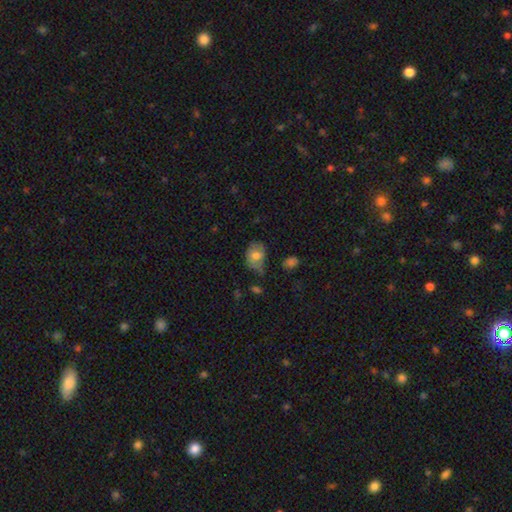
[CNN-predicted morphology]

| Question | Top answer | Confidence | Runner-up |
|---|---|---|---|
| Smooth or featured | smooth | 68% | featured or disk (24%) |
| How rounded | in between | 68% | round (31%) |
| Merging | none | 49% | minor disturbance (35%) |